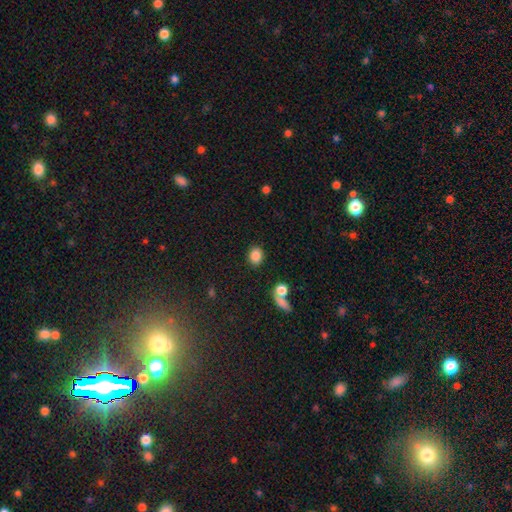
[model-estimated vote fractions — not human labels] smooth_or_featured: smooth (p=0.85) [alt: star or artifact p=0.10]
how_rounded: round (p=0.55) [alt: in between p=0.44]
merging: none (p=0.84) [alt: minor disturbance p=0.09]